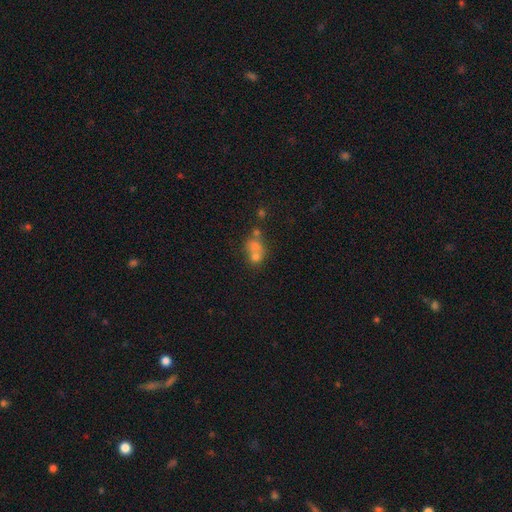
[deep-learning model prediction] Smooth or featured?
  - smooth: 65% *
  - featured or disk: 20%
  - star or artifact: 15%
How rounded?
  - round: 61% *
  - in between: 38%
  - cigar-shaped: 1%
Merging?
  - merger: 60% *
  - none: 27%
  - minor disturbance: 8%
  - major disturbance: 5%